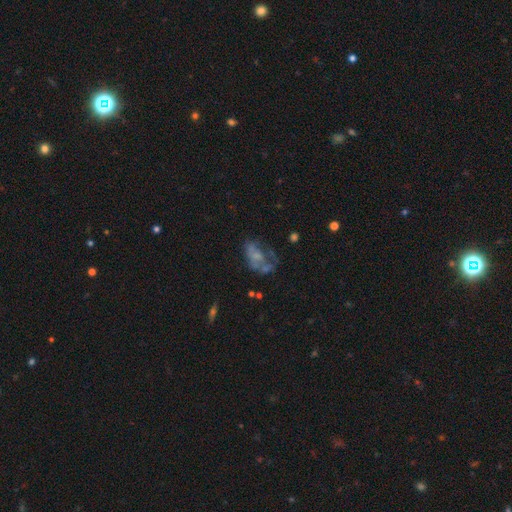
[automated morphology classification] A featured or disk galaxy (50%). Merging: major disturbance (38%).